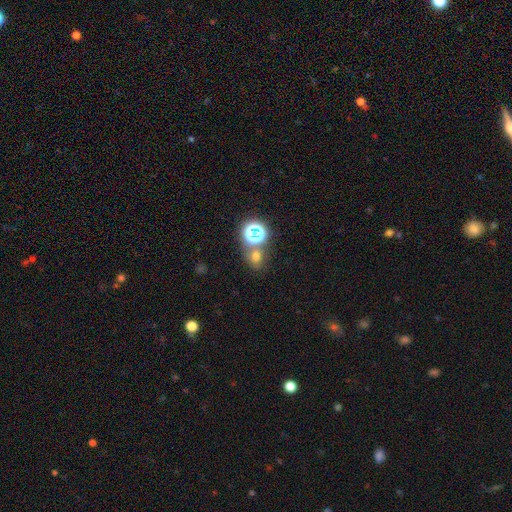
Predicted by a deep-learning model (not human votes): Smooth or featured?
  - smooth: 57% *
  - star or artifact: 33%
  - featured or disk: 10%
How rounded?
  - round: 66% *
  - in between: 33%
  - cigar-shaped: 1%
Merging?
  - none: 60% *
  - merger: 24%
  - minor disturbance: 11%
  - major disturbance: 5%